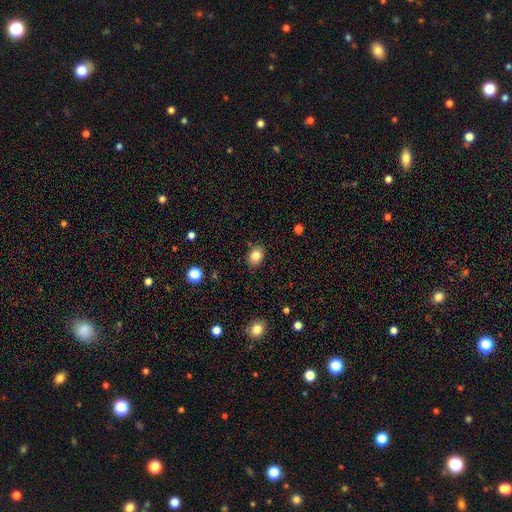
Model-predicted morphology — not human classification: Smooth or featured? Predicted: smooth (p=0.83). How rounded? Predicted: in between (p=0.59). Merging? Predicted: none (p=0.86).